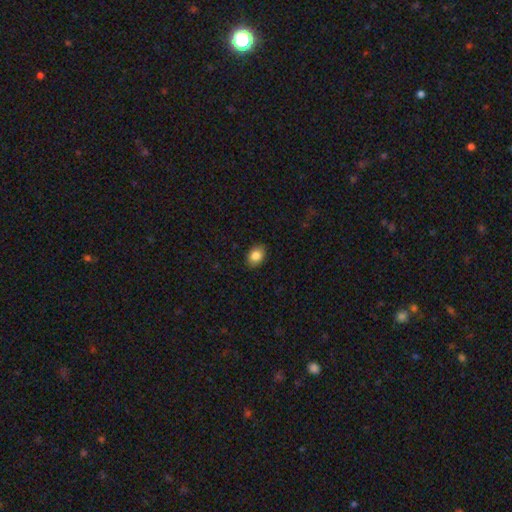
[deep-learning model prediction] Q: Smooth or featured?
A: smooth (84%); runner-up: star or artifact (9%)
Q: How rounded?
A: in between (72%); runner-up: round (27%)
Q: Merging?
A: none (89%); runner-up: minor disturbance (8%)